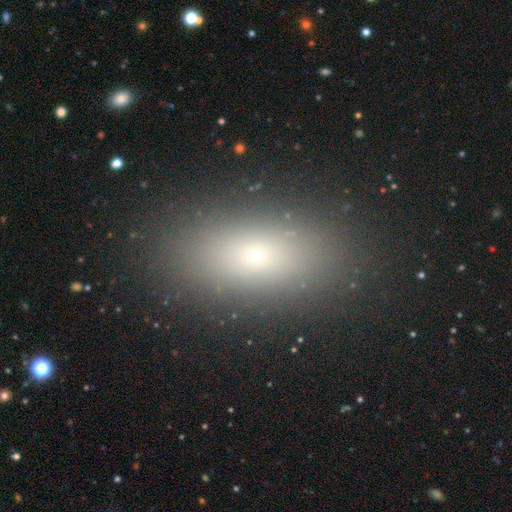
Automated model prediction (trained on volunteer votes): This is likely a smooth galaxy (68%). How rounded: likely in between (78%). Merging: clearly none (86%).